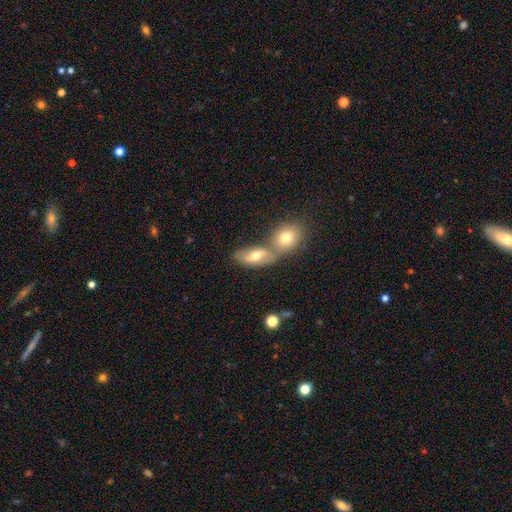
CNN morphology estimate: A smooth galaxy with no disk features (62%) that is in between round and cigar-shaped (81%).

Vote fractions:
- Smooth or featured? smooth: 62% / featured or disk: 29% / star or artifact: 9%
- How rounded? in between: 81% / round: 12% / cigar-shaped: 8%
- Merging? merger: 45% / none: 41% / minor disturbance: 10% / major disturbance: 4%